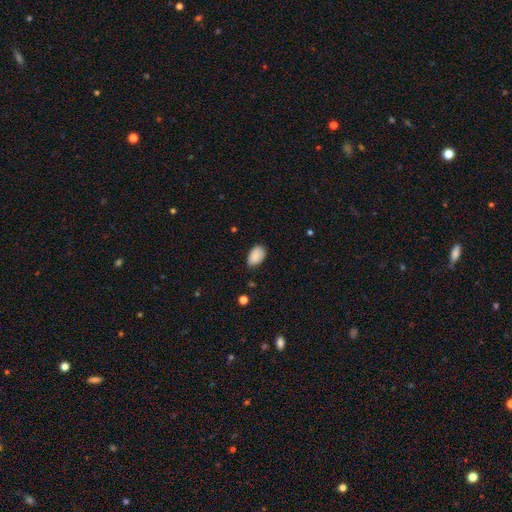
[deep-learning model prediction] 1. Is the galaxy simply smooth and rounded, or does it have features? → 89% smooth, 7% star or artifact, 4% featured or disk.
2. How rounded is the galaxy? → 91% in between, 8% round, 1% cigar-shaped.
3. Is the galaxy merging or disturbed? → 74% none, 22% minor disturbance, 3% major disturbance, 1% merger.